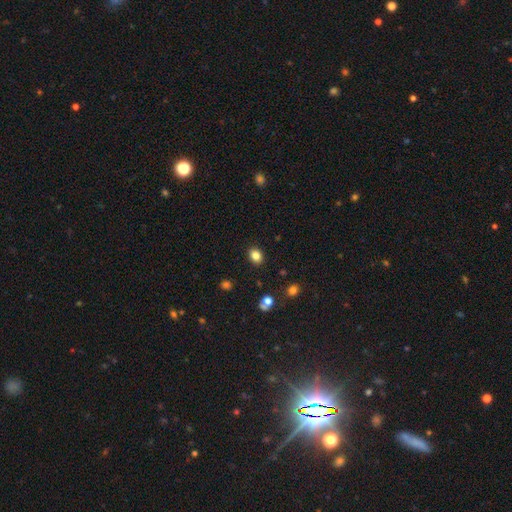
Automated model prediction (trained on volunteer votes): The model was most divided on "how rounded": in between: 51%, round: 48%, cigar-shaped: 1%. More confident: merging — none (89%); smooth or featured — smooth (84%).